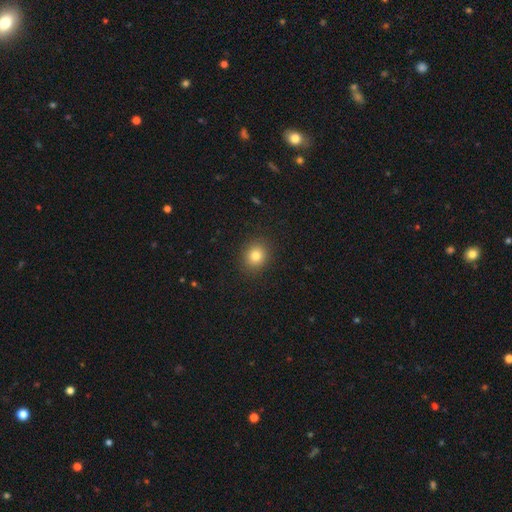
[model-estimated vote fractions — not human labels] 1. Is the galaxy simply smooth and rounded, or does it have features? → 81% smooth, 12% star or artifact, 7% featured or disk.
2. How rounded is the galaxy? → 74% round, 26% in between, 1% cigar-shaped.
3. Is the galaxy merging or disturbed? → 90% none, 7% minor disturbance, 2% major disturbance, 1% merger.